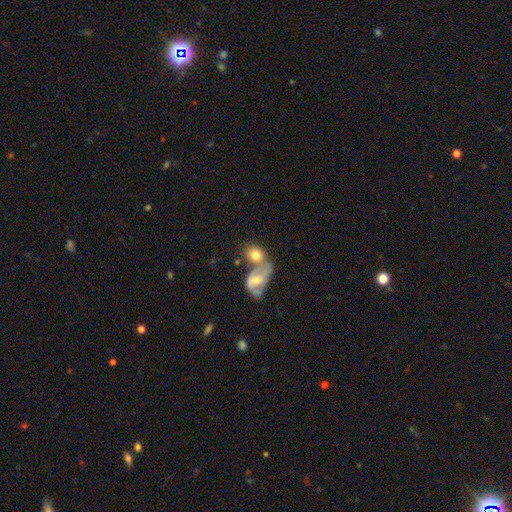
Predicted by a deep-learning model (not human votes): A smooth galaxy with no disk features (72%) that is round (50%).

Vote fractions:
- Smooth or featured? smooth: 72% / featured or disk: 20% / star or artifact: 8%
- How rounded? round: 50% / in between: 48% / cigar-shaped: 2%
- Merging? merger: 56% / none: 28% / minor disturbance: 10% / major disturbance: 6%